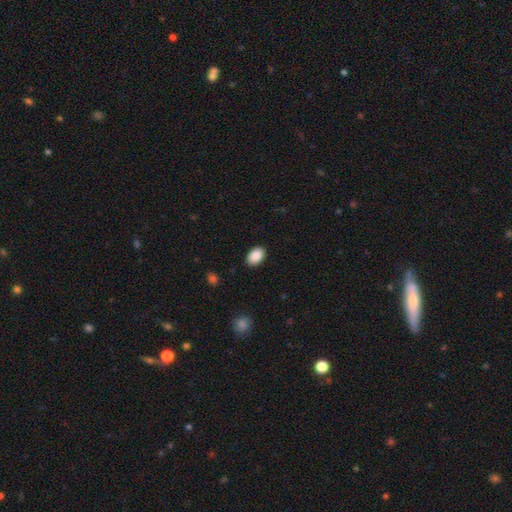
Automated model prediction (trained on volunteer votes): smooth-or-featured: smooth: 90% | star or artifact: 7% | featured or disk: 3%
  how-rounded: in between: 88% | round: 11% | cigar-shaped: 1%
  merging: none: 88% | minor disturbance: 9% | major disturbance: 2% | merger: 1%